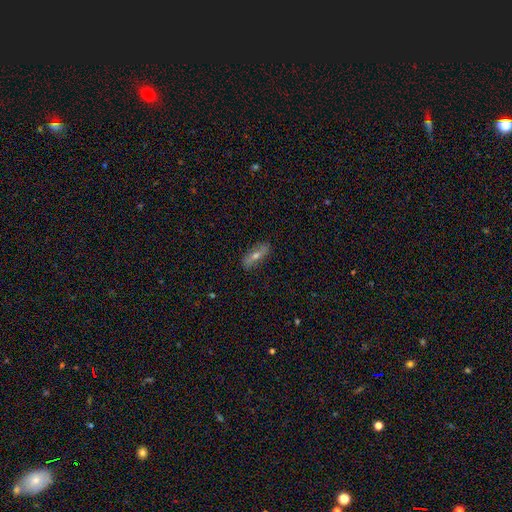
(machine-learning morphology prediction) smooth-or-featured: featured or disk: 52% | smooth: 38% | star or artifact: 10%
  disk-edge-on: no: 63% | yes: 37%
  merging: none: 84% | minor disturbance: 12% | major disturbance: 3% | merger: 1%